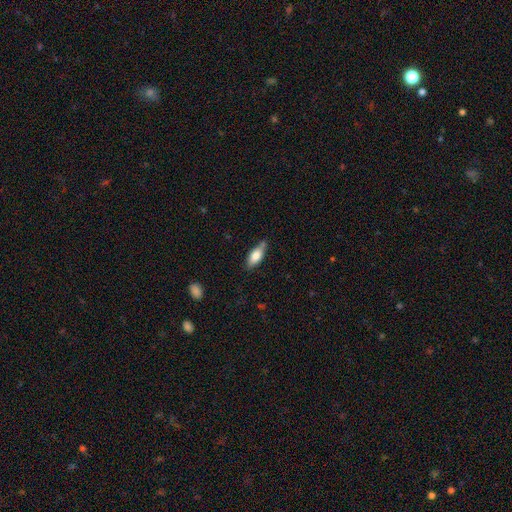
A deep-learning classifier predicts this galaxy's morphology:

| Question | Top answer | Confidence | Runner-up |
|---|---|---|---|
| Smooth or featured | smooth | 74% | featured or disk (19%) |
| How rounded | in between | 76% | cigar-shaped (22%) |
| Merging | none | 68% | minor disturbance (23%) |